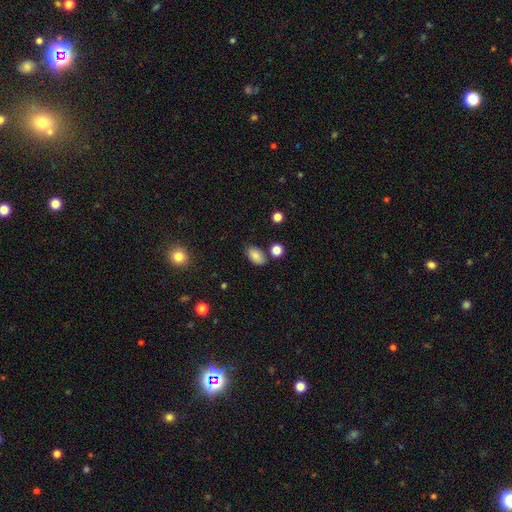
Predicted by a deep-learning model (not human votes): Smooth or featured? smooth (84%)
How rounded? in between (91%)
Merging? none (78%)